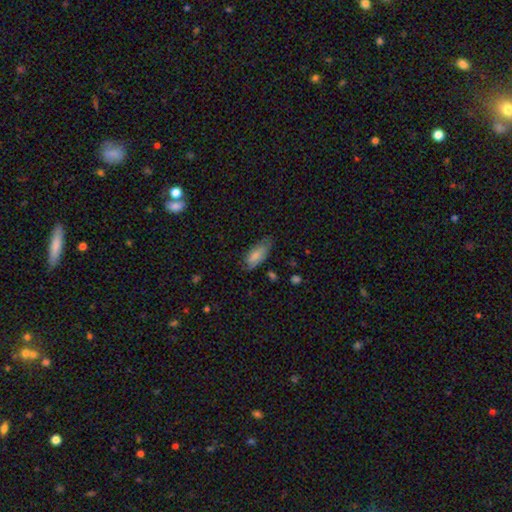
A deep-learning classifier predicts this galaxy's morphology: Smooth or featured? Predicted: smooth (p=0.78). How rounded? Predicted: in between (p=0.83). Merging? Predicted: none (p=0.59).